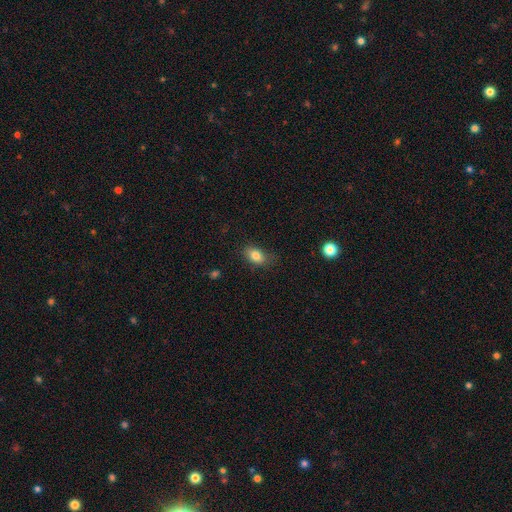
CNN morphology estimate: Overall: smooth (82%). How rounded: in between (84%). Merging: none (76%).